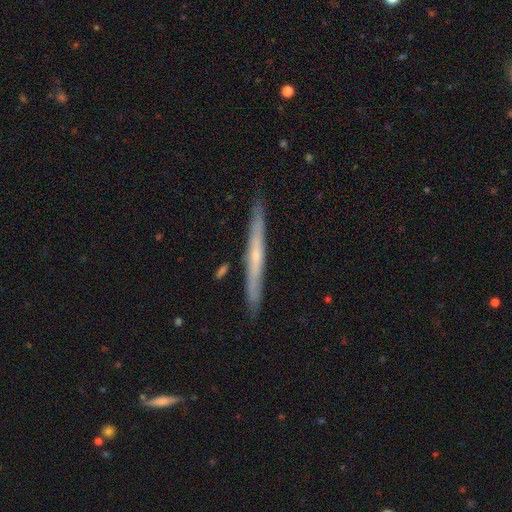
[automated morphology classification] smooth-or-featured: featured or disk: 59% | smooth: 35% | star or artifact: 6%
  disk-edge-on: yes: 96% | no: 4%
    edge-on-bulge: none: 61% | rounded: 36% | boxy: 4%
  merging: none: 89% | minor disturbance: 8% | merger: 2% | major disturbance: 1%